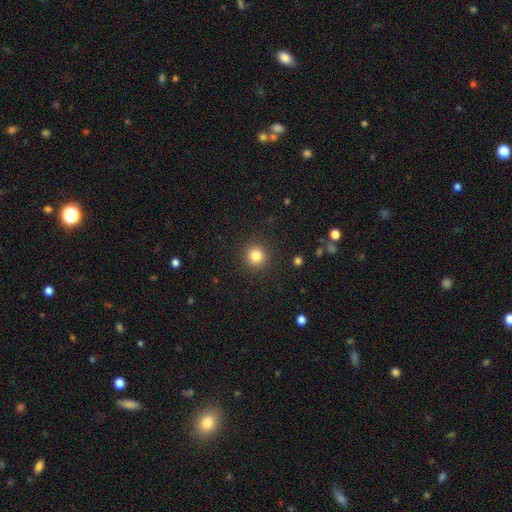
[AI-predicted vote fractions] Smooth or featured: smooth — 83% (star or artifact — 12%)
How rounded: round — 93% (in between — 6%)
Merging: none — 91% (minor disturbance — 6%)